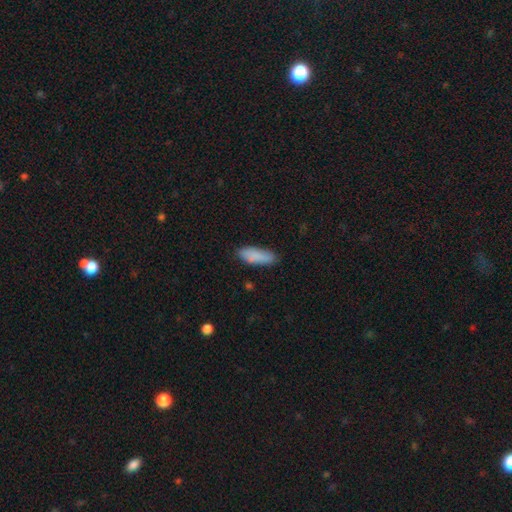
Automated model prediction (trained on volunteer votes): Morphology: type=smooth (87%); roundness=in between (61%); merging=none (81%).